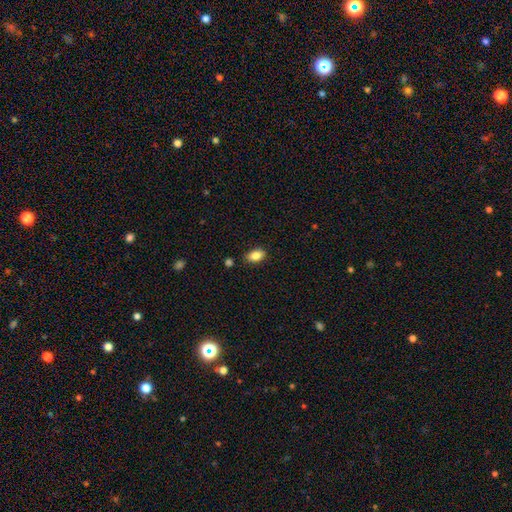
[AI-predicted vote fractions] Smooth or featured? Predicted: smooth (p=0.85). How rounded? Predicted: in between (p=0.87). Merging? Predicted: none (p=0.85).